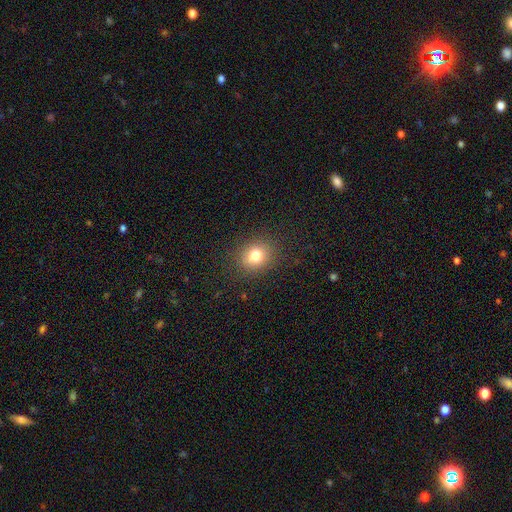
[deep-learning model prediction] Smooth or featured: smooth — 78% (star or artifact — 13%)
How rounded: round — 68% (in between — 31%)
Merging: none — 86% (minor disturbance — 9%)